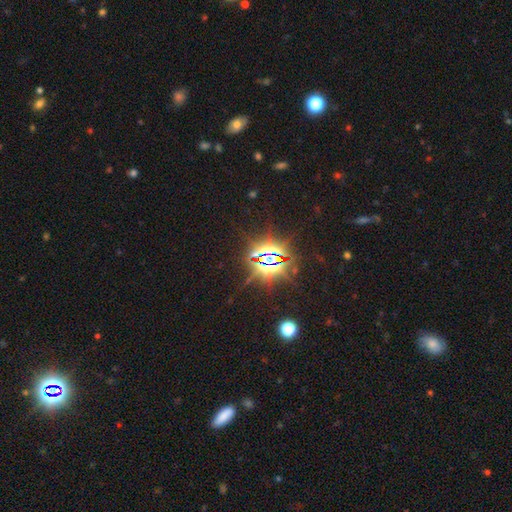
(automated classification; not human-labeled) Smooth or featured? Predicted: star or artifact (p=0.85).